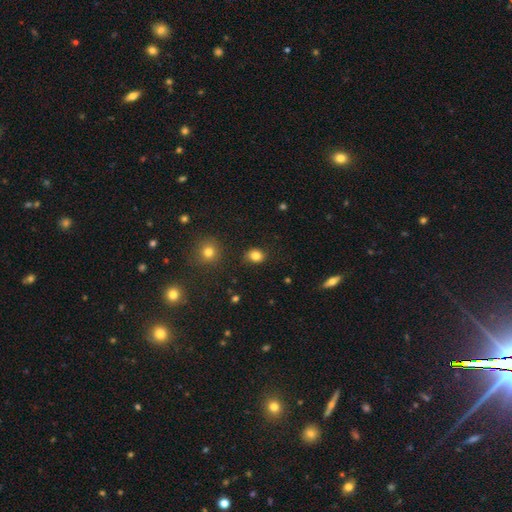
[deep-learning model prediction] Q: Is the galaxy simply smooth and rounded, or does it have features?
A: smooth — 83%.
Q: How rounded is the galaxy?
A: round — 62%.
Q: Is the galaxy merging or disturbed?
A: none — 84%.